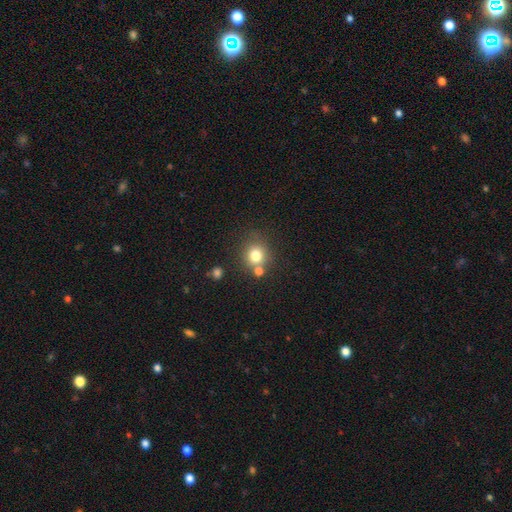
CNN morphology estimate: Q: Smooth or featured?
A: smooth (78%); runner-up: star or artifact (13%)
Q: How rounded?
A: round (86%); runner-up: in between (13%)
Q: Merging?
A: none (67%); runner-up: merger (18%)